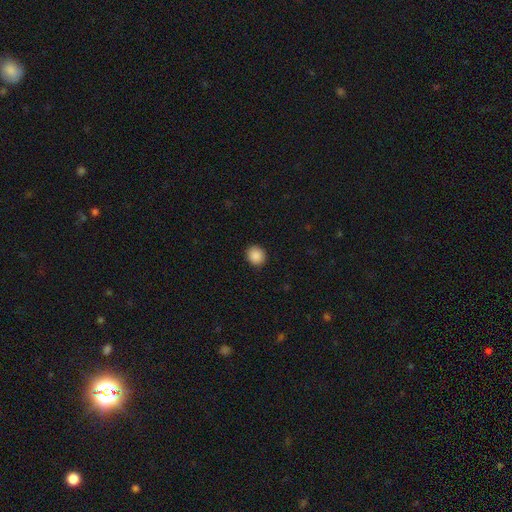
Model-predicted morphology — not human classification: A smooth galaxy with no disk features (89%) that is round (80%).

Vote fractions:
- Smooth or featured? smooth: 89% / star or artifact: 9% / featured or disk: 2%
- How rounded? round: 80% / in between: 19% / cigar-shaped: 1%
- Merging? none: 91% / minor disturbance: 6% / major disturbance: 2% / merger: 1%